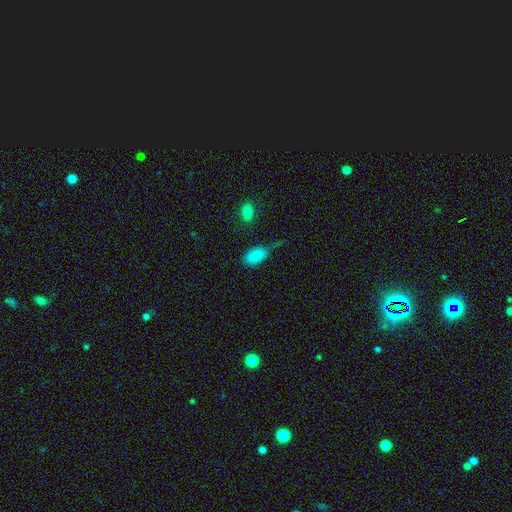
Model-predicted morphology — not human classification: Smooth or featured?
  - smooth: 86% *
  - star or artifact: 9%
  - featured or disk: 6%
How rounded?
  - in between: 93% *
  - round: 5%
  - cigar-shaped: 2%
Merging?
  - none: 54% *
  - minor disturbance: 27%
  - major disturbance: 11%
  - merger: 8%